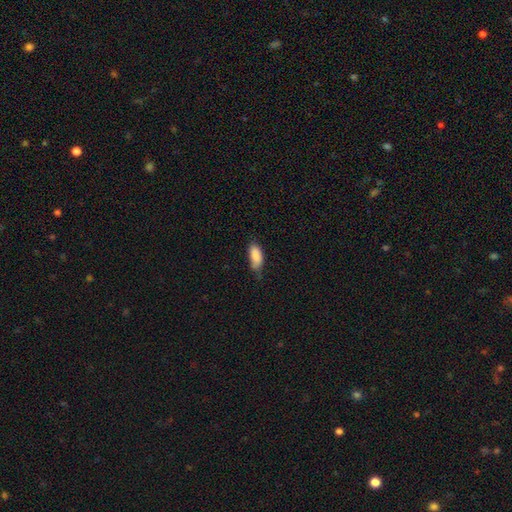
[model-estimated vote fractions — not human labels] smooth 86%, star or artifact 7%, featured or disk 7%. Down the decision tree: how rounded — in between (86%); merging — none (53%).